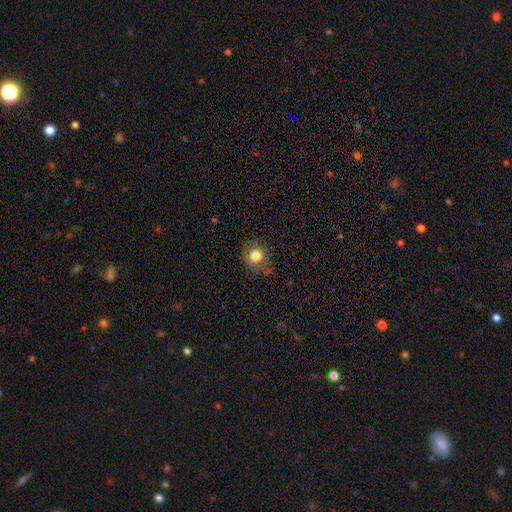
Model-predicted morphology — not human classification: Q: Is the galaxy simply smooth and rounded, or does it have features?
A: smooth — 81%.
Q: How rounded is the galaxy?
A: round — 89%.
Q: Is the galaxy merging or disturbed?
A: none — 80%.